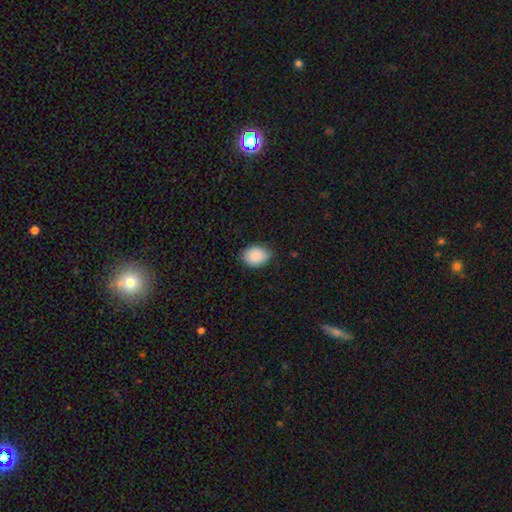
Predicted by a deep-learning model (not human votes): Smooth or featured?
  - smooth: 88% *
  - star or artifact: 7%
  - featured or disk: 5%
How rounded?
  - in between: 69% *
  - round: 30%
  - cigar-shaped: 1%
Merging?
  - none: 77% *
  - minor disturbance: 19%
  - major disturbance: 3%
  - merger: 1%